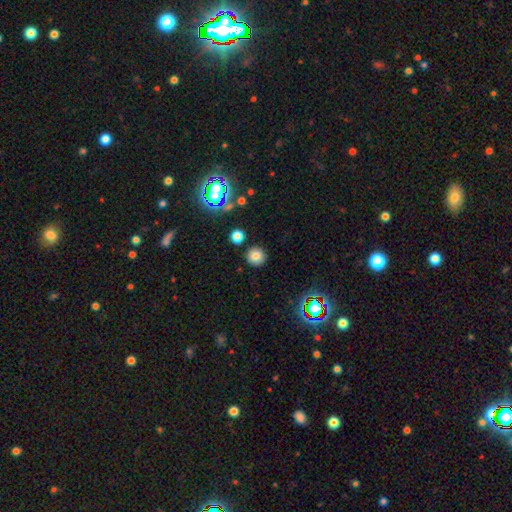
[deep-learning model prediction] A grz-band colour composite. It shows a smooth galaxy with no disk features (78%) that is round (93%). Merging: none (88%).